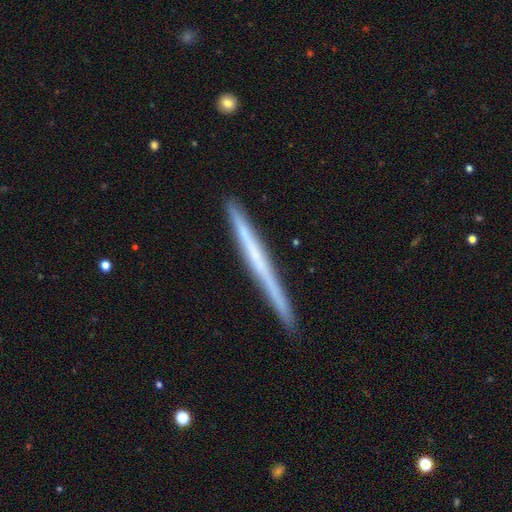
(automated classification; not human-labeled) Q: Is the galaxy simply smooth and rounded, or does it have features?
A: featured or disk — 54%.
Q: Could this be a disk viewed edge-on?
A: yes — 97%.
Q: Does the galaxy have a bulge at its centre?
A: none — 90%.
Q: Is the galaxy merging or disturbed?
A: none — 89%.